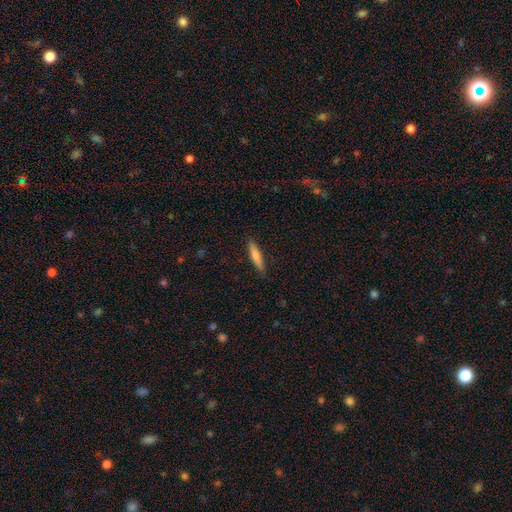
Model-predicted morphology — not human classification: smooth-or-featured: smooth: 69% | featured or disk: 25% | star or artifact: 6%
  how-rounded: cigar-shaped: 85% | in between: 13% | round: 2%
  merging: none: 89% | minor disturbance: 9% | major disturbance: 2% | merger: 1%